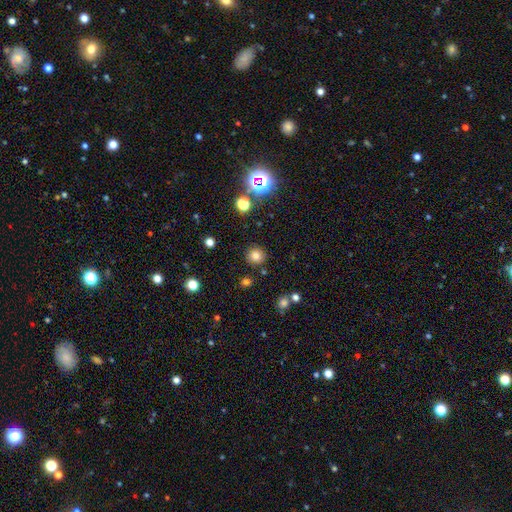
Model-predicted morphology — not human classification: A smooth galaxy with no disk features (77%) that is round (92%).

Vote fractions:
- Smooth or featured? smooth: 77% / star or artifact: 17% / featured or disk: 6%
- How rounded? round: 92% / in between: 7% / cigar-shaped: 1%
- Merging? none: 88% / minor disturbance: 7% / merger: 3% / major disturbance: 3%